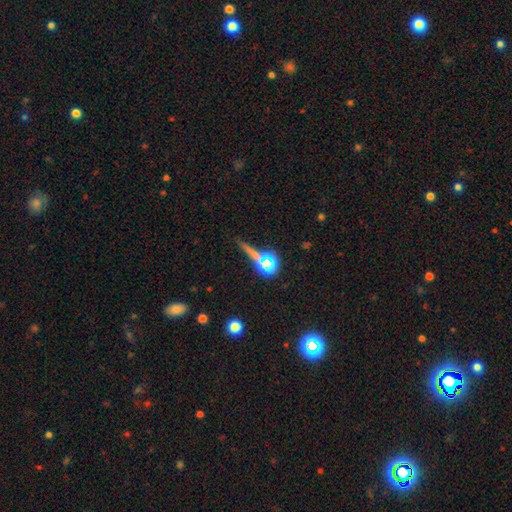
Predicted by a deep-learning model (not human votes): smooth_or_featured: smooth (p=0.44) [alt: star or artifact p=0.33]
merging: none (p=0.63) [alt: merger p=0.15]